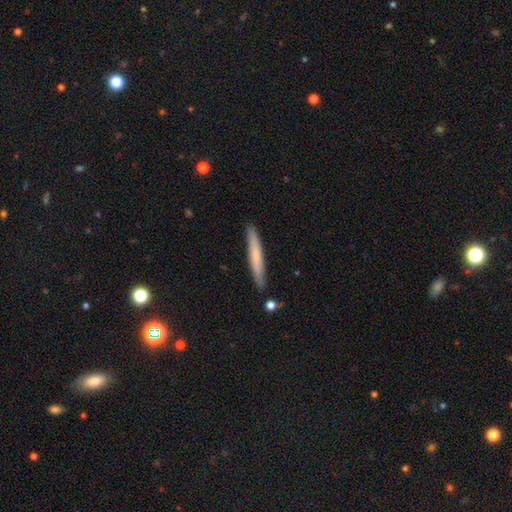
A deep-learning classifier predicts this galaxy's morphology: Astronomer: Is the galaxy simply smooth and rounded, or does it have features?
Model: smooth — 66%.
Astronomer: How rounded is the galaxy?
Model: cigar-shaped — 96%.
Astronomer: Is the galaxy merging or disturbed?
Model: none — 87%.